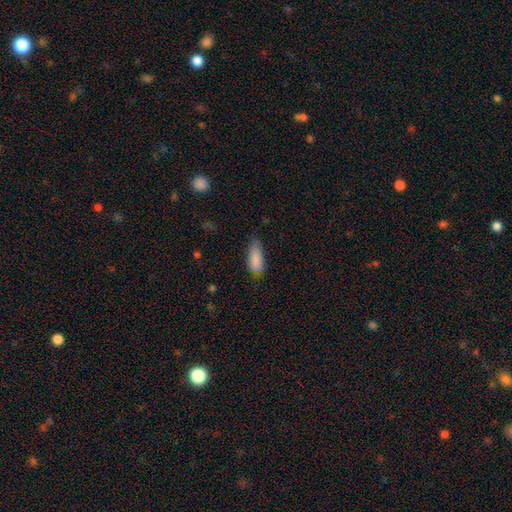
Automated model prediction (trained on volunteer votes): Overall: smooth (87%). How rounded: in between (74%). Merging: none (68%).